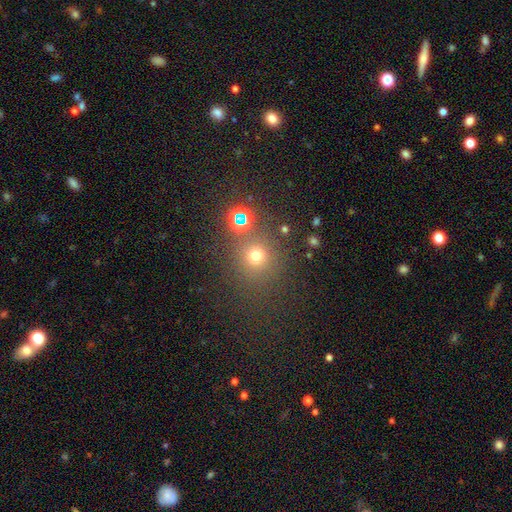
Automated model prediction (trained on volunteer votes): Smooth or featured? Predicted: smooth (p=0.67). How rounded? Predicted: round (p=0.91). Merging? Predicted: none (p=0.78).